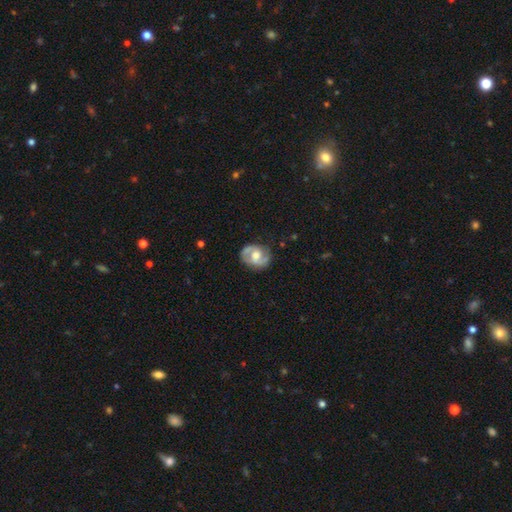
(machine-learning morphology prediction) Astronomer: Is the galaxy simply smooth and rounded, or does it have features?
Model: featured or disk — 73%.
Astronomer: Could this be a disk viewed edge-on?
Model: no — 97%.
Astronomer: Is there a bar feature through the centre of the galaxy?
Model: weak — 44% (runner-up: no, 42%).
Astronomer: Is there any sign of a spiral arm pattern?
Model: yes — 87%.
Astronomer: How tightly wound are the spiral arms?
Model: medium — 49% (runner-up: tight, 28%).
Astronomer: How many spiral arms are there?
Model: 2 — 87%.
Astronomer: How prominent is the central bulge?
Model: moderate — 54%.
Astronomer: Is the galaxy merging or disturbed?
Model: none — 76%.